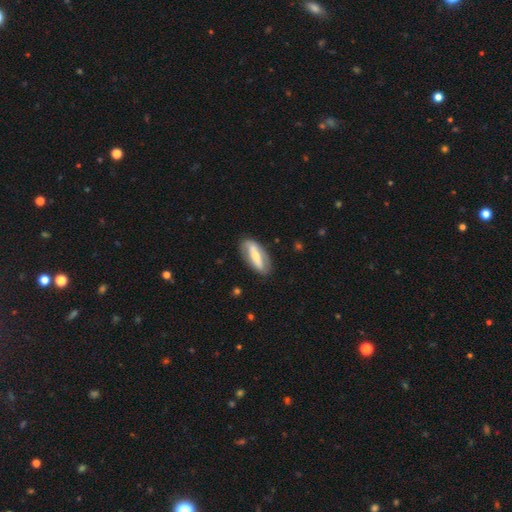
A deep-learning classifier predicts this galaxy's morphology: Q: Smooth or featured?
A: featured or disk (55%); runner-up: smooth (40%)
Q: Edge-on disk?
A: no (76%); runner-up: yes (24%)
Q: Merging?
A: none (79%); runner-up: minor disturbance (15%)